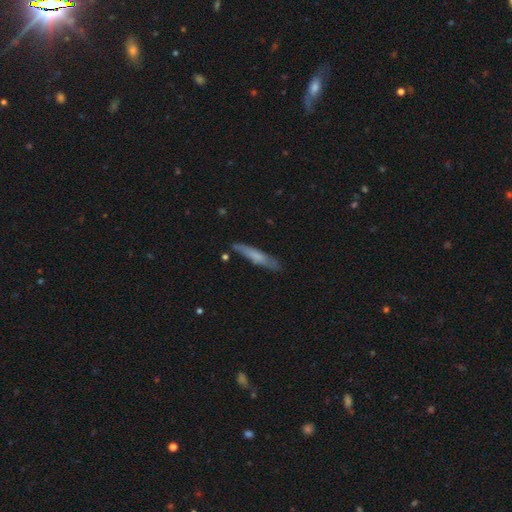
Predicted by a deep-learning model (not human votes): Morphology: type=smooth (62%); roundness=cigar-shaped (90%); merging=none (81%).